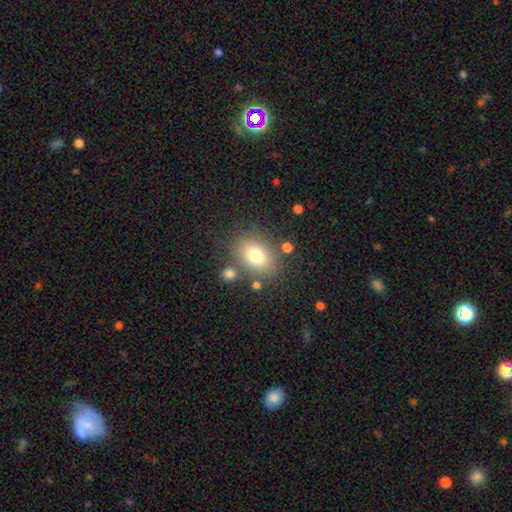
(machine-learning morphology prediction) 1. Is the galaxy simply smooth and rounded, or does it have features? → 75% smooth, 14% featured or disk, 11% star or artifact.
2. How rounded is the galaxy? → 65% in between, 34% round, 1% cigar-shaped.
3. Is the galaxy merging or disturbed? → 77% none, 12% minor disturbance, 6% merger, 5% major disturbance.